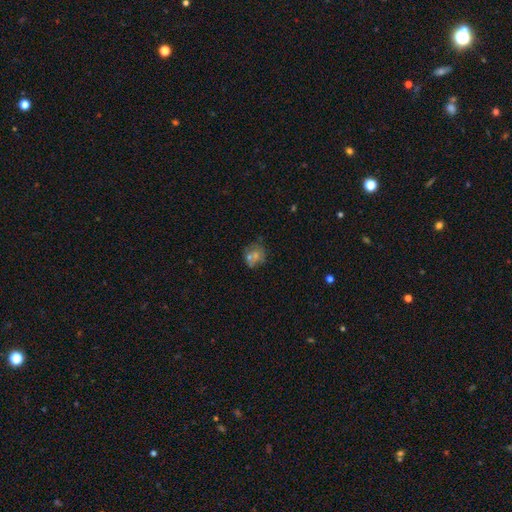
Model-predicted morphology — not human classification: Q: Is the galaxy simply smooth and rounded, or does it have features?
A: smooth — 45%.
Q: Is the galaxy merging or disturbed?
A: none — 58%.